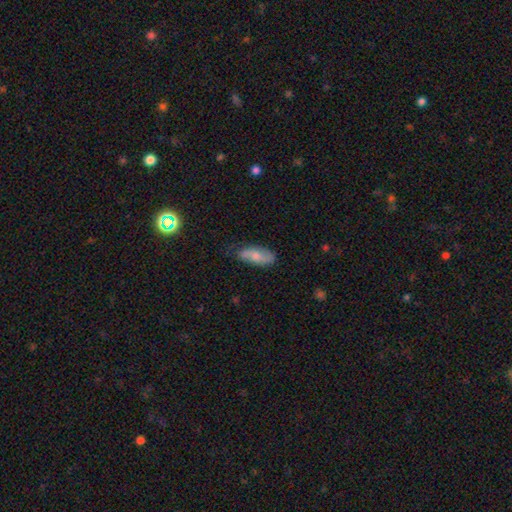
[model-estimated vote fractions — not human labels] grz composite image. It shows a smooth galaxy with no disk features (62%) that is in between round and cigar-shaped (75%). Merging: none (66%).